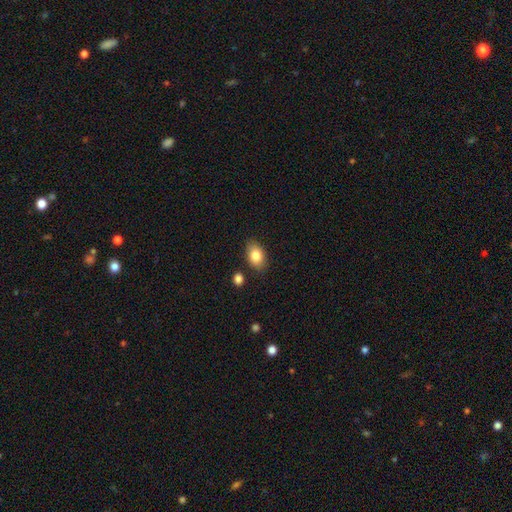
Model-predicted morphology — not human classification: smooth-or-featured: smooth: 84% | featured or disk: 9% | star or artifact: 8%
  how-rounded: in between: 85% | round: 14% | cigar-shaped: 1%
  merging: none: 83% | minor disturbance: 11% | merger: 3% | major disturbance: 2%